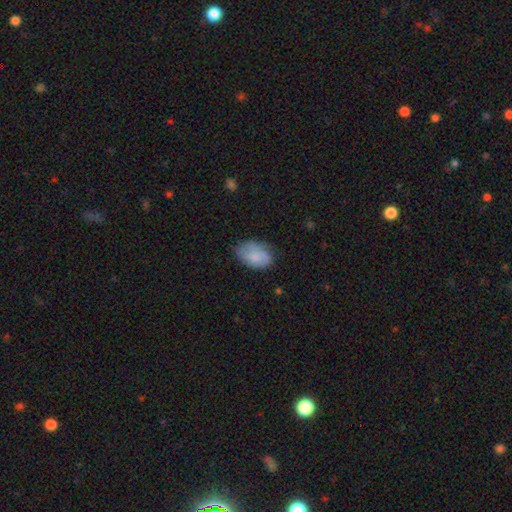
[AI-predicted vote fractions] smooth_or_featured: smooth (p=0.77) [alt: featured or disk p=0.17]
how_rounded: in between (p=0.90) [alt: round p=0.09]
merging: none (p=0.66) [alt: minor disturbance p=0.26]